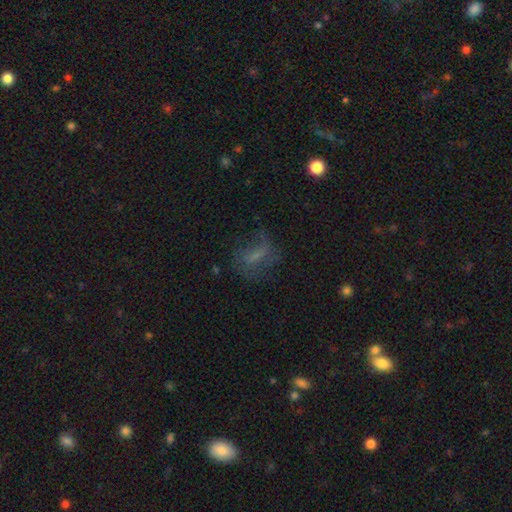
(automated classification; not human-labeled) Q: Smooth or featured?
A: featured or disk (41%); runner-up: smooth (40%)
Q: Merging?
A: none (50%); runner-up: major disturbance (26%)